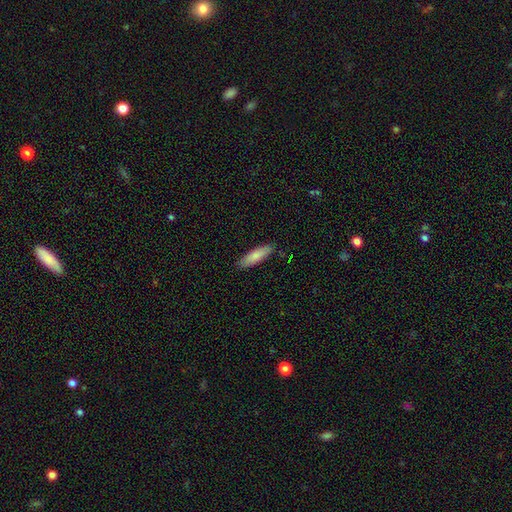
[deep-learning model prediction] Smooth or featured? smooth (82%)
How rounded? cigar-shaped (60%)
Merging? none (88%)